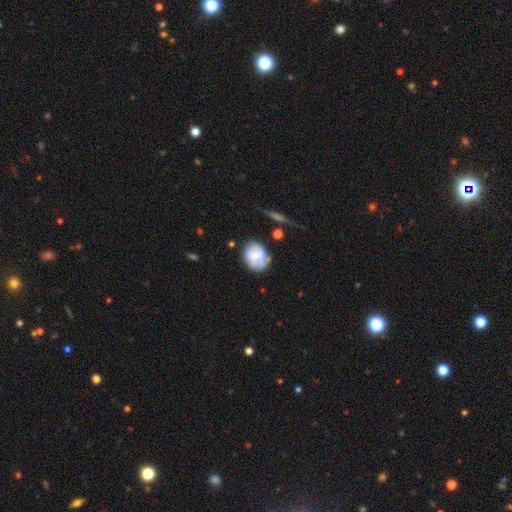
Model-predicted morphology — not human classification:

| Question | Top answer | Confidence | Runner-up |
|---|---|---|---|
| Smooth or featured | smooth | 56% | featured or disk (36%) |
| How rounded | round | 51% | in between (48%) |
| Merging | none | 60% | minor disturbance (26%) |